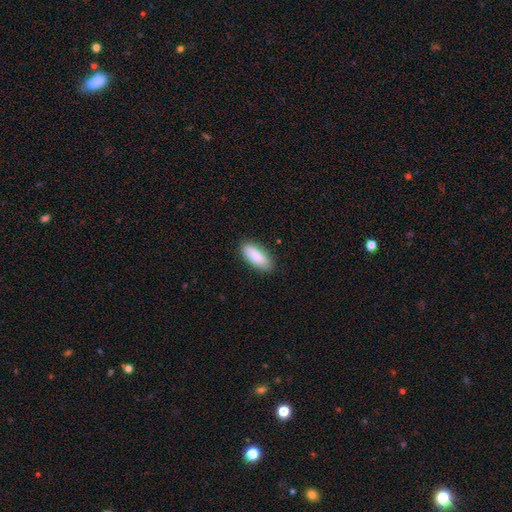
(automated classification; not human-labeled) Smooth or featured? smooth (86%)
How rounded? in between (82%)
Merging? none (83%)